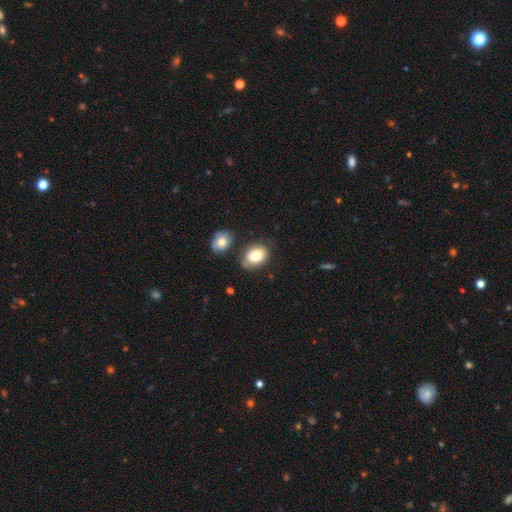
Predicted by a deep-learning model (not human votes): smooth_or_featured: smooth (p=0.81) [alt: featured or disk p=0.12]
how_rounded: in between (p=0.75) [alt: round p=0.24]
merging: none (p=0.65) [alt: minor disturbance p=0.19]